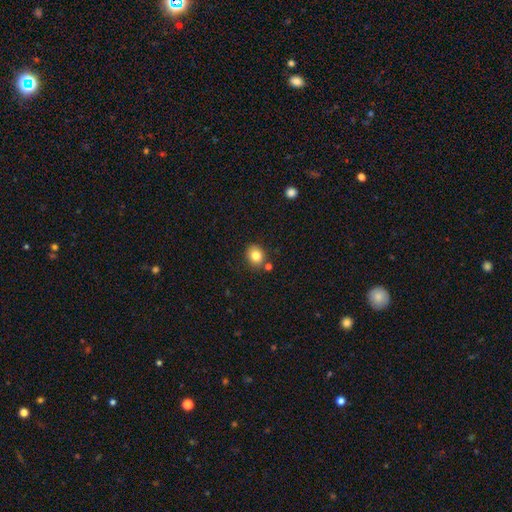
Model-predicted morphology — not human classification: Smooth or featured?
  - smooth: 81% *
  - star or artifact: 10%
  - featured or disk: 8%
How rounded?
  - round: 65% *
  - in between: 34%
  - cigar-shaped: 1%
Merging?
  - none: 81% *
  - minor disturbance: 10%
  - merger: 6%
  - major disturbance: 2%